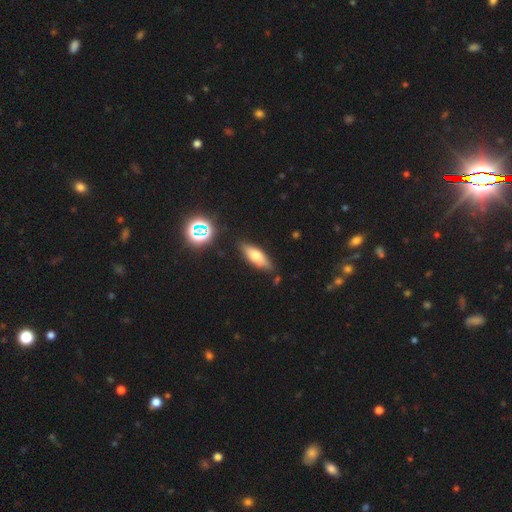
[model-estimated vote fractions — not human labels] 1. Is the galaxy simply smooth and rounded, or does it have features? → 62% smooth, 27% featured or disk, 11% star or artifact.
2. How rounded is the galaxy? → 63% in between, 34% cigar-shaped, 3% round.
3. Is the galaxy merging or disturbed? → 82% none, 13% minor disturbance, 3% merger, 3% major disturbance.